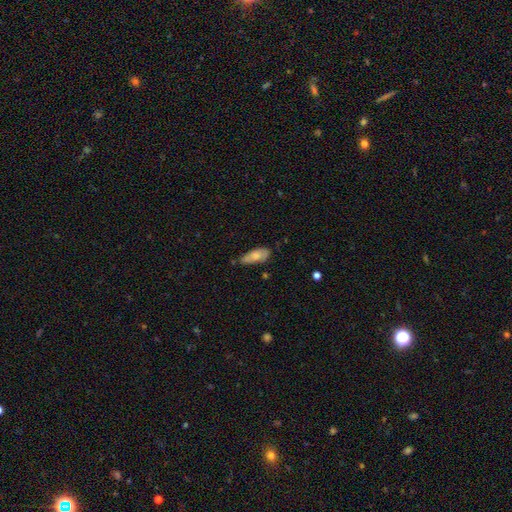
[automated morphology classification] Smooth or featured? Predicted: smooth (p=0.72). How rounded? Predicted: in between (p=0.76). Merging? Predicted: none (p=0.64).